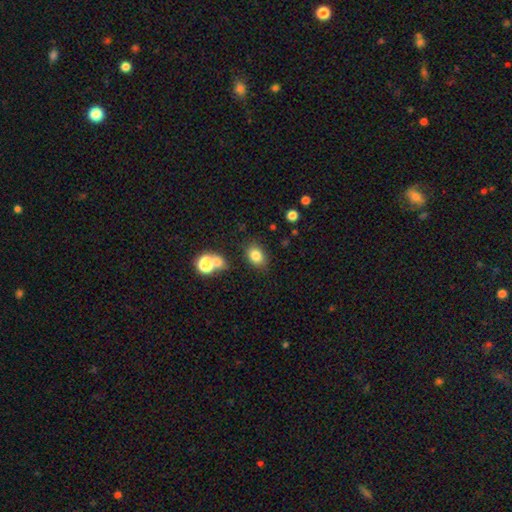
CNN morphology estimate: The model was most divided on "how rounded": in between: 67%, round: 32%, cigar-shaped: 1%. More confident: smooth or featured — smooth (81%); merging — none (77%).